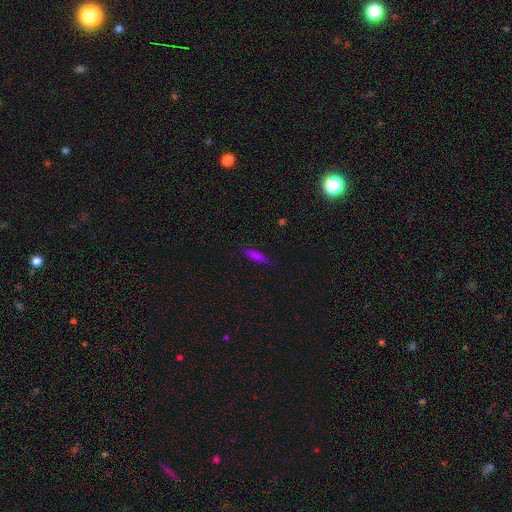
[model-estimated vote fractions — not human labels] Overall: smooth (79%). How rounded: cigar-shaped (69%). Merging: none (84%).